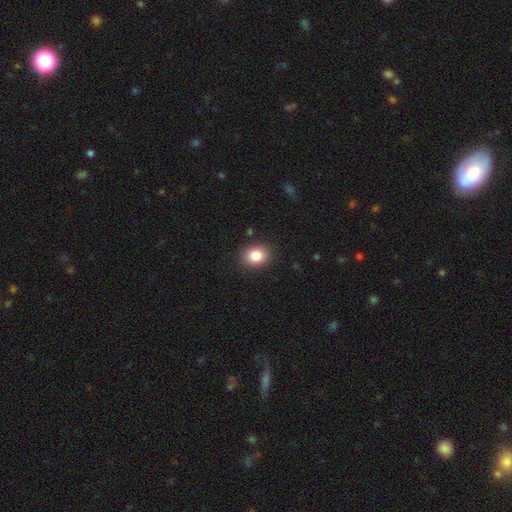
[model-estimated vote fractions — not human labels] Smooth or featured? smooth (85%)
How rounded? in between (51%)
Merging? none (88%)